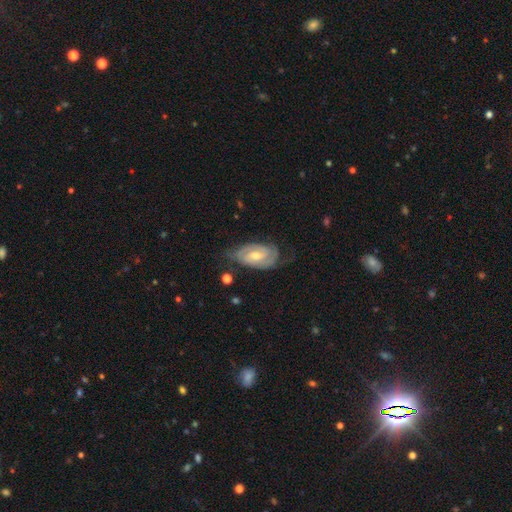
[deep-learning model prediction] Smooth or featured?
  - featured or disk: 84% *
  - smooth: 10%
  - star or artifact: 5%
Edge-on disk?
  - no: 96% *
  - yes: 4%
Bar?
  - weak: 47% *
  - no: 37%
  - strong: 16%
Spiral arms?
  - yes: 96% *
  - no: 4%
Spiral winding?
  - tight: 65% *
  - medium: 29%
  - loose: 7%
Spiral arm count?
  - 2: 71% *
  - can't tell: 13%
  - 3: 10%
  - 1: 3%
  - 4: 2%
  - more than 4: 2%
Bulge size?
  - moderate: 64% *
  - small: 30%
  - large: 3%
  - none: 2%
  - dominant: 1%
Merging?
  - none: 71% *
  - minor disturbance: 21%
  - major disturbance: 7%
  - merger: 2%